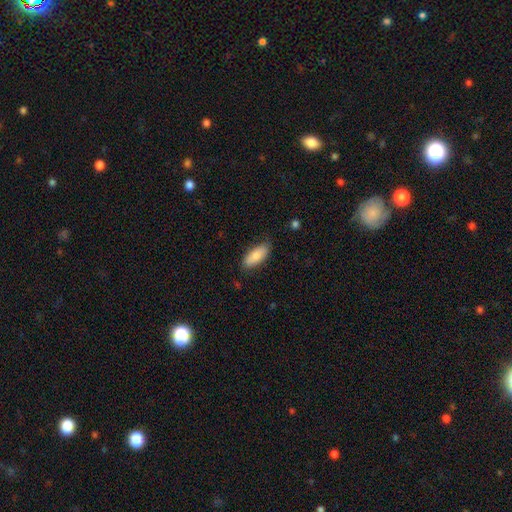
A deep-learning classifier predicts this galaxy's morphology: smooth 85%, featured or disk 9%, star or artifact 6%. Down the decision tree: how rounded — in between (82%); merging — none (81%).